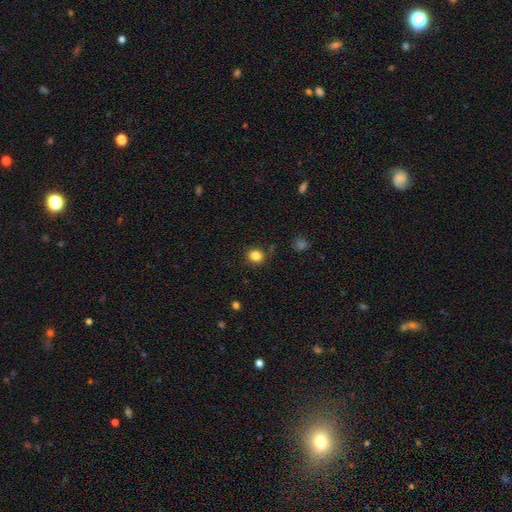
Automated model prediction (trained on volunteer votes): This appears to be a smooth galaxy with no disk features (83%) that is round (82%). Merging: none (86%).